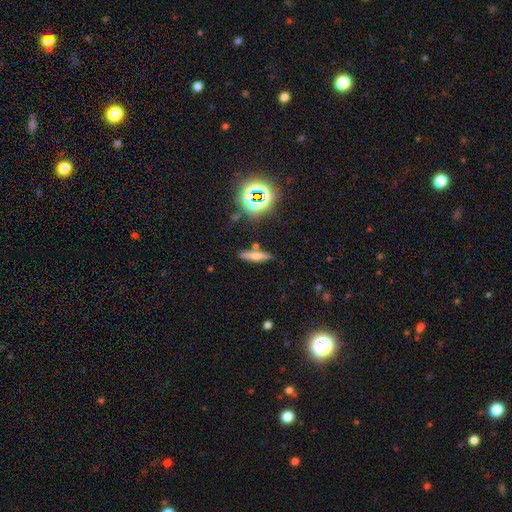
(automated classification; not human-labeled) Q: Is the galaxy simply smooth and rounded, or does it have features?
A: smooth — 57%.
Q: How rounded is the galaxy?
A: cigar-shaped — 75%.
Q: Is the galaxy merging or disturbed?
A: none — 81%.